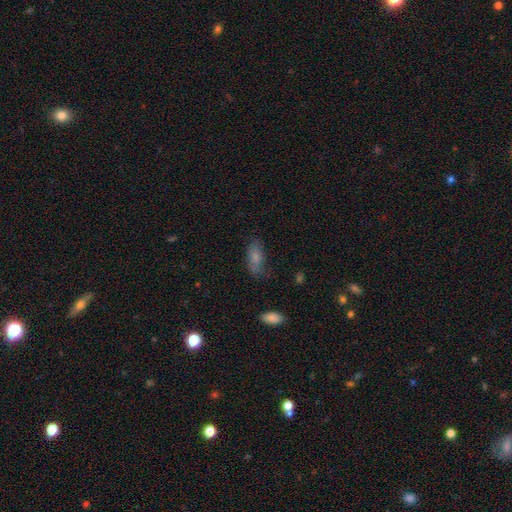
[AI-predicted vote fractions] Smooth or featured? Predicted: smooth (p=0.60). How rounded? Predicted: in between (p=0.83). Merging? Predicted: none (p=0.62).